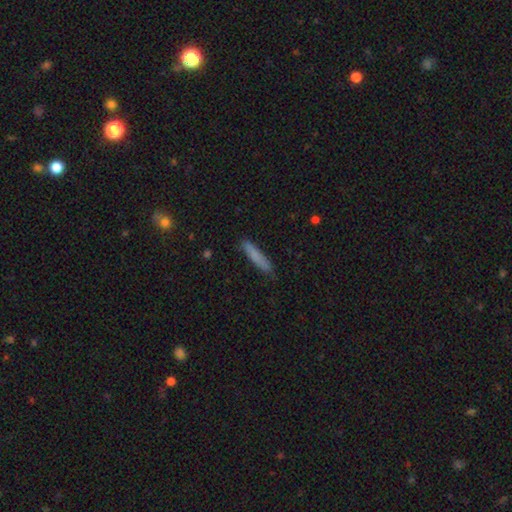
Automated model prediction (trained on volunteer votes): A smooth galaxy with no disk features (79%) that is cigar-shaped (92%).

Vote fractions:
- Smooth or featured? smooth: 79% / featured or disk: 14% / star or artifact: 7%
- How rounded? cigar-shaped: 92% / in between: 6% / round: 1%
- Merging? none: 85% / minor disturbance: 12% / major disturbance: 2% / merger: 1%